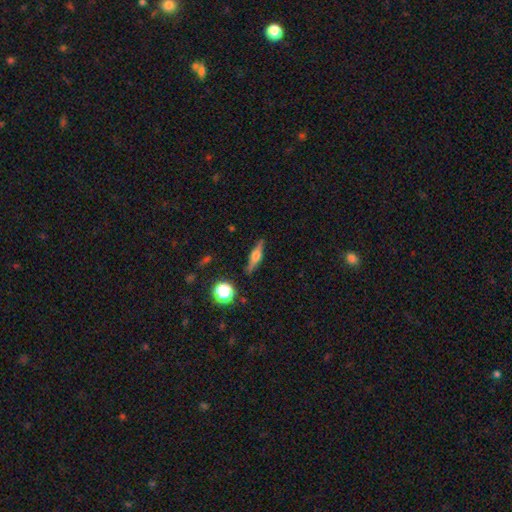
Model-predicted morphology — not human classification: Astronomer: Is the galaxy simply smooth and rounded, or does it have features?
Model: featured or disk — 63%.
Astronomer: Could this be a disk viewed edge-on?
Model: yes — 96%.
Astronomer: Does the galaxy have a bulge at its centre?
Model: rounded — 89%.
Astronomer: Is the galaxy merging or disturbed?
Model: none — 87%.